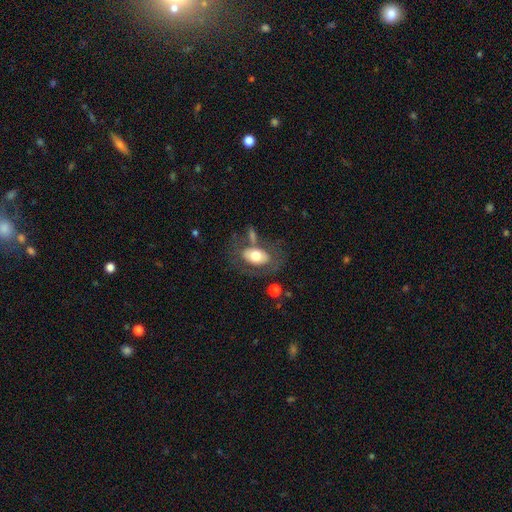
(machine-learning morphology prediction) This appears to be a smooth galaxy with no disk features (60%) that is in between round and cigar-shaped (88%). Merging: none (53%).